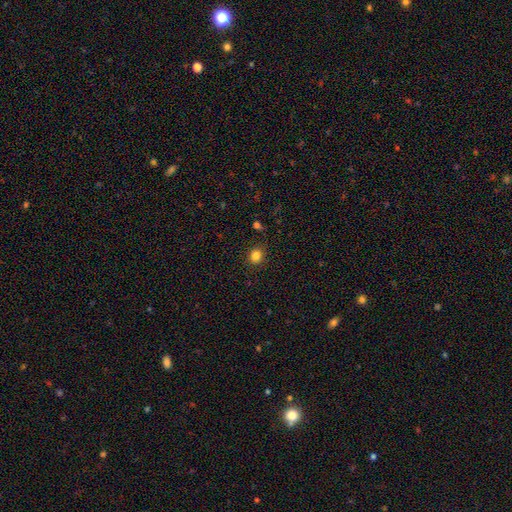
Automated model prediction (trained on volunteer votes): A smooth galaxy with no disk features (83%) that is round (80%). Merging: none (89%).